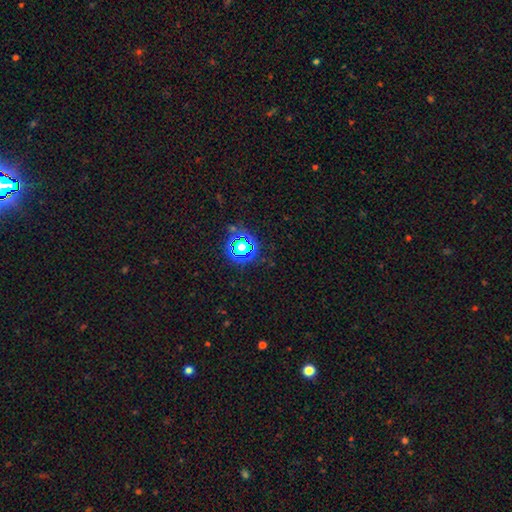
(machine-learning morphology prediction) star or artifact 80%, smooth 14%, featured or disk 7%.